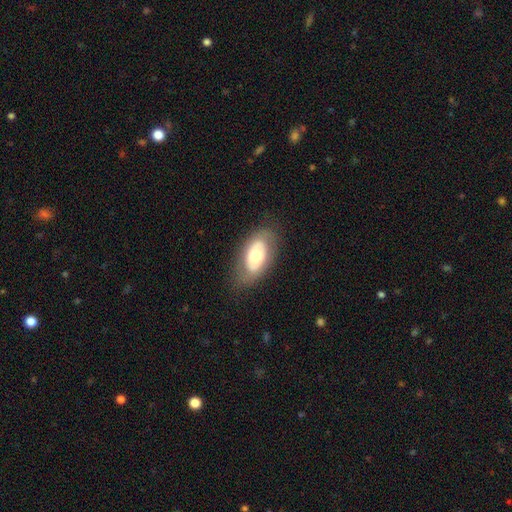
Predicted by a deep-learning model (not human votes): The model was most divided on "smooth or featured": smooth: 50%, featured or disk: 43%, star or artifact: 6%. More confident: how rounded — in between (91%); merging — none (76%).